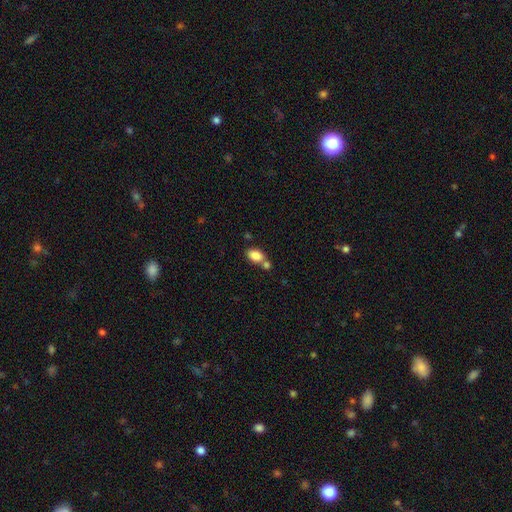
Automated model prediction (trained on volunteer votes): Smooth or featured? Predicted: smooth (p=0.85). How rounded? Predicted: in between (p=0.86). Merging? Predicted: none (p=0.48).